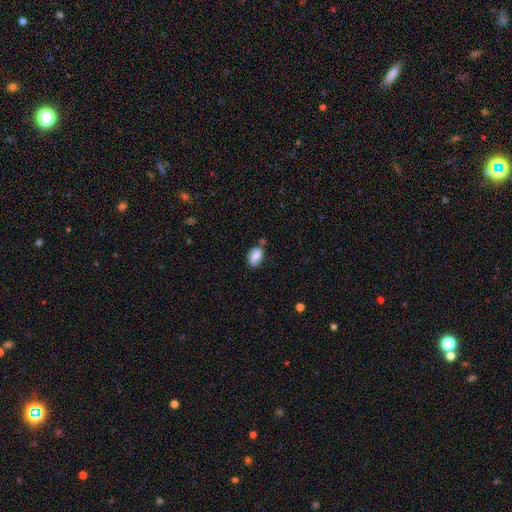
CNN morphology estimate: This appears to be a smooth galaxy with no disk features (77%) that is in between round and cigar-shaped (86%). Merging: none (59%).